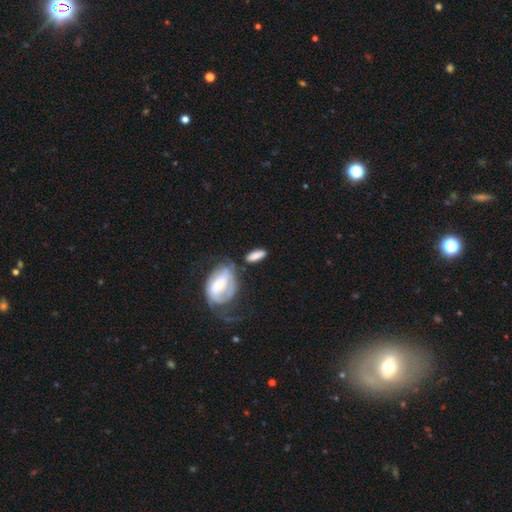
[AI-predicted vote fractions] This is likely a smooth galaxy (75%). How rounded: likely in between (67%). Merging: likely none (61%).